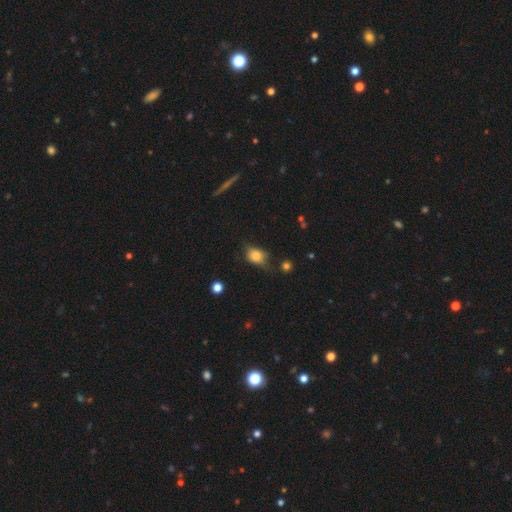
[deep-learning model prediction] This is likely a smooth galaxy (78%). How rounded: likely in between (65%). Merging: possibly none (58%).